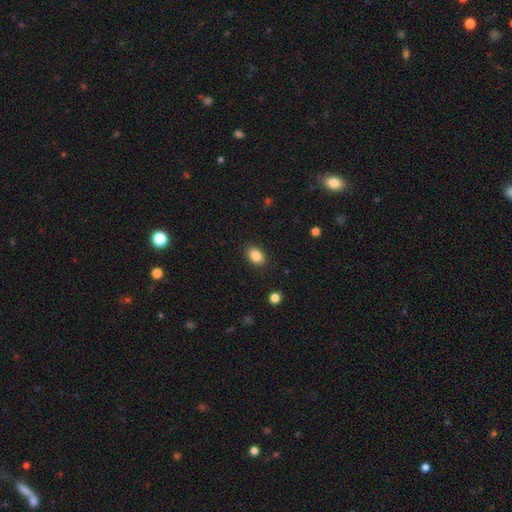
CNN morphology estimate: Overall: smooth (86%). How rounded: in between (83%). Merging: none (89%).